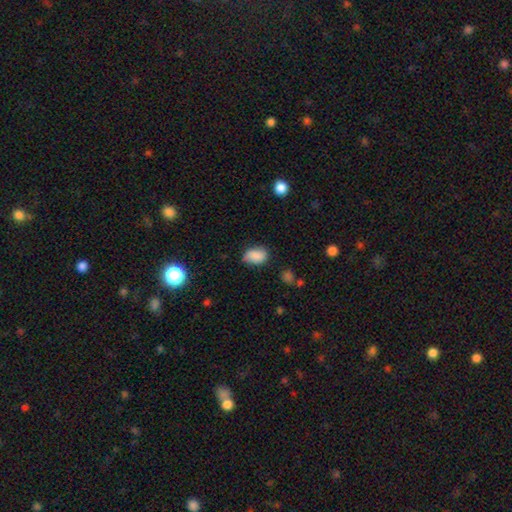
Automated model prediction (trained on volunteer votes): Q: Smooth or featured?
A: smooth (84%); runner-up: star or artifact (8%)
Q: How rounded?
A: in between (84%); runner-up: round (15%)
Q: Merging?
A: none (69%); runner-up: minor disturbance (24%)